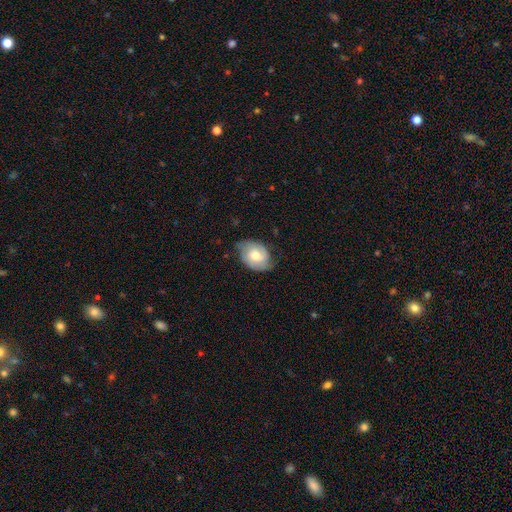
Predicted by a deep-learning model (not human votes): smooth-or-featured: featured or disk: 57% | smooth: 37% | star or artifact: 7%
  disk-edge-on: no: 96% | yes: 4%
    bar: no: 62% | weak: 32% | strong: 6%
    has-spiral-arms: yes: 85% | no: 15%
    bulge-size: moderate: 65% | small: 16% | large: 15% | none: 2% | dominant: 2%
  merging: none: 61% | minor disturbance: 29% | major disturbance: 9% | merger: 1%